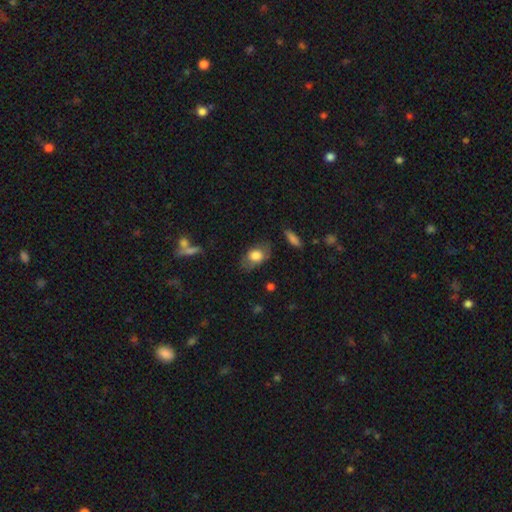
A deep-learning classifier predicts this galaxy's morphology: Smooth or featured? Predicted: smooth (p=0.73). How rounded? Predicted: in between (p=0.83). Merging? Predicted: none (p=0.66).